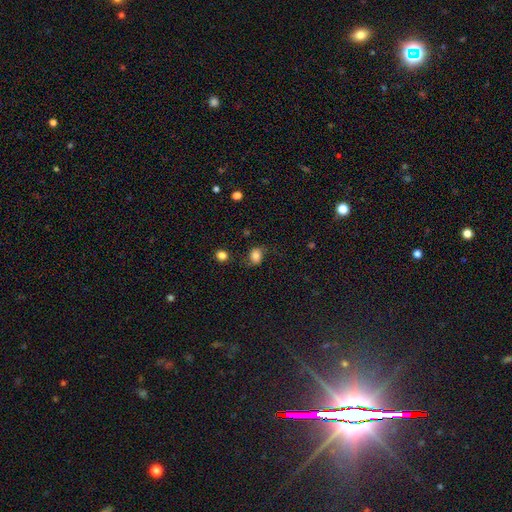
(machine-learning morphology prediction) type=smooth (74%); roundness=in between (59%); merging=none (65%).